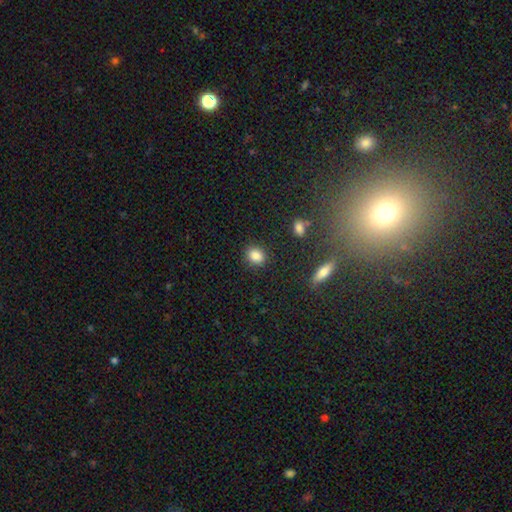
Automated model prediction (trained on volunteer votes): The model was most divided on "how rounded": round: 58%, in between: 41%, cigar-shaped: 2%. More confident: merging — none (87%); smooth or featured — smooth (86%).